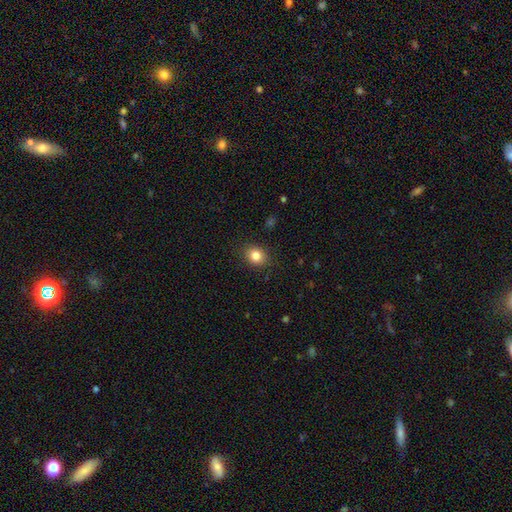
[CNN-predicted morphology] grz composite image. It shows a smooth galaxy with no disk features (84%) that is round (59%). Merging: none (88%).